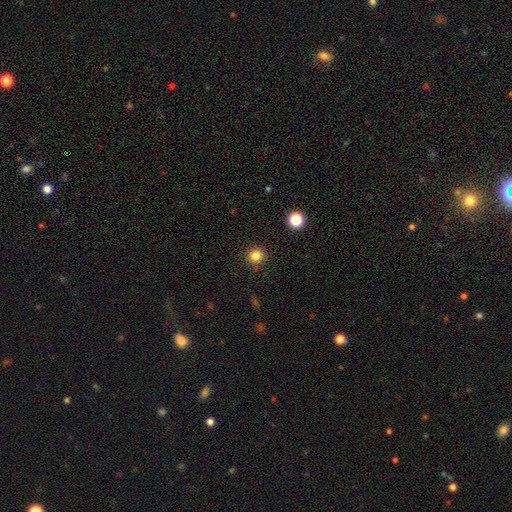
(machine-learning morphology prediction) smooth_or_featured: smooth (p=0.83) [alt: star or artifact p=0.12]
how_rounded: round (p=0.93) [alt: in between p=0.06]
merging: none (p=0.91) [alt: minor disturbance p=0.06]